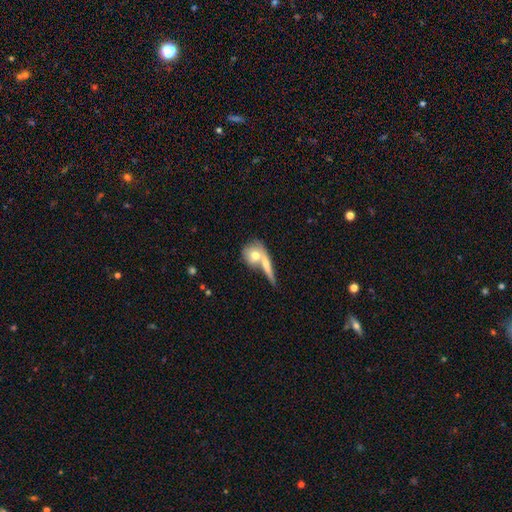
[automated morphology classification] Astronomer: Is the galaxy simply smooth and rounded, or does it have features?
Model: smooth — 64%.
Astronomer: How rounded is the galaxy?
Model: round — 71%.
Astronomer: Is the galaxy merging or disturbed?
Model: merger — 45% (runner-up: none, 39%).